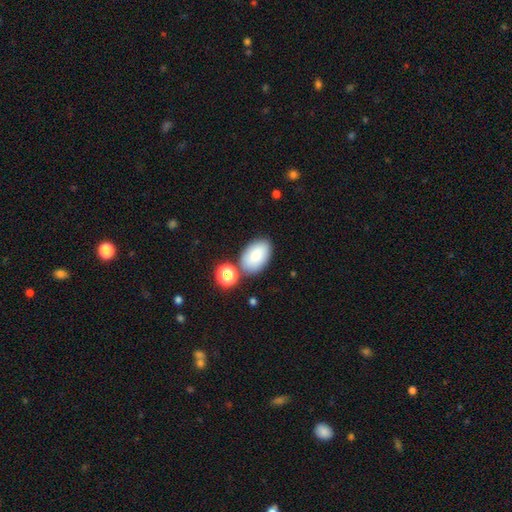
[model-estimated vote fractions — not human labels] smooth-or-featured: smooth: 82% | featured or disk: 10% | star or artifact: 8%
  how-rounded: in between: 92% | round: 6% | cigar-shaped: 1%
  merging: none: 75% | minor disturbance: 12% | merger: 9% | major disturbance: 3%